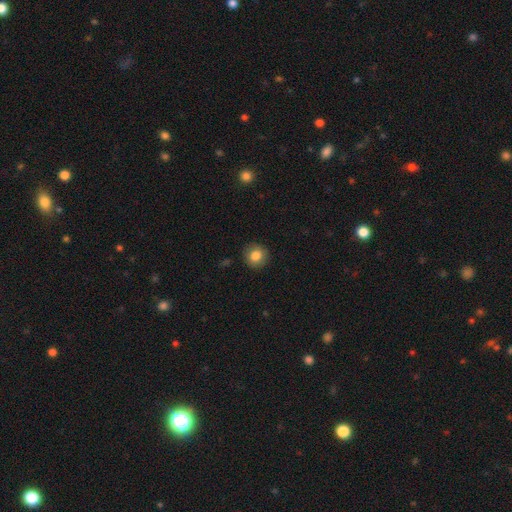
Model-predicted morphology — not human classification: type=smooth (83%); roundness=round (91%); merging=none (90%).